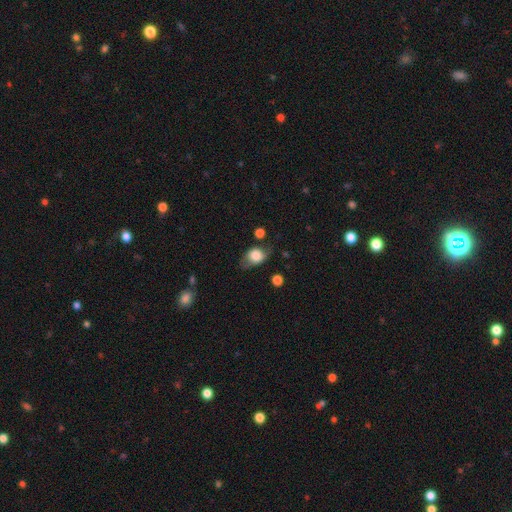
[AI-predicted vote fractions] Smooth or featured?
  - smooth: 70% *
  - featured or disk: 22%
  - star or artifact: 8%
How rounded?
  - in between: 63% *
  - round: 35%
  - cigar-shaped: 2%
Merging?
  - none: 56% *
  - minor disturbance: 28%
  - major disturbance: 13%
  - merger: 3%